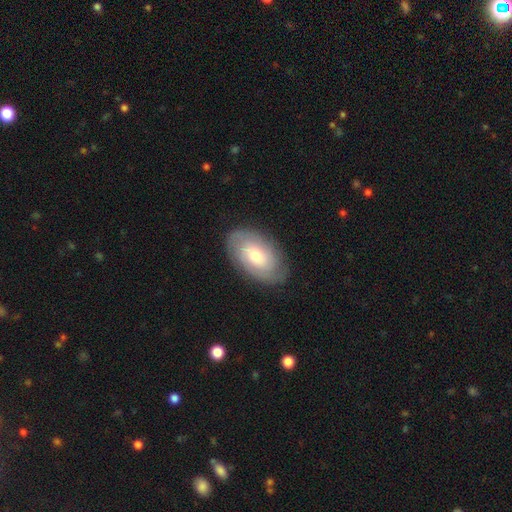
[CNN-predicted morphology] A featured or disk galaxy (57%) with no bar (69%), spiral arms (81%) and a moderate central bulge (58%).

Vote fractions:
- Smooth or featured? featured or disk: 57% / smooth: 36% / star or artifact: 6%
- Edge-on disk? no: 94% / yes: 6%
- Bar? no: 69% / weak: 26% / strong: 5%
- Spiral arms? yes: 81% / no: 19%
- Bulge size? moderate: 58% / small: 32% / large: 8% / none: 2% / dominant: 1%
- Merging? none: 82% / minor disturbance: 13% / major disturbance: 4% / merger: 1%